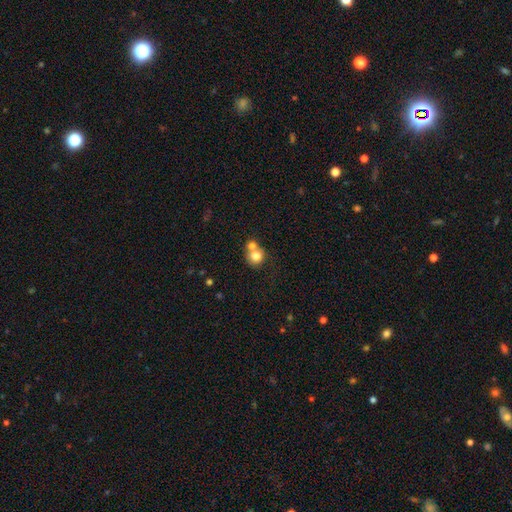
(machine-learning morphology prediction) type=smooth (78%); roundness=round (80%); merging=merger (56%).